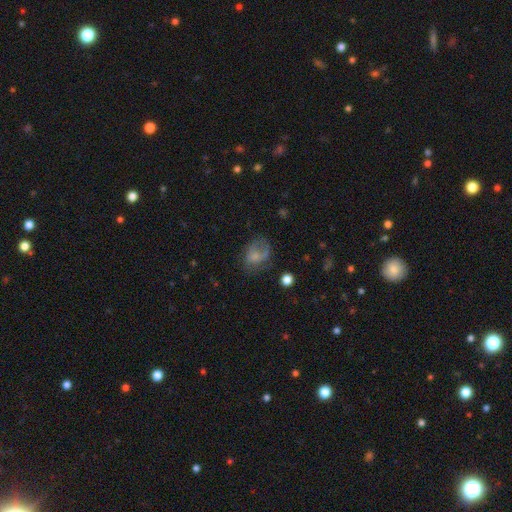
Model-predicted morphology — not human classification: A smooth galaxy with no disk features (58%) that is in between round and cigar-shaped (62%).

Vote fractions:
- Smooth or featured? smooth: 58% / featured or disk: 30% / star or artifact: 12%
- How rounded? in between: 62% / round: 37% / cigar-shaped: 1%
- Merging? none: 38% / major disturbance: 32% / minor disturbance: 26% / merger: 5%